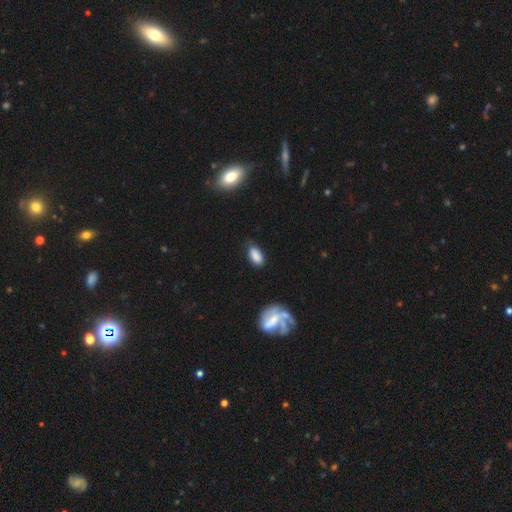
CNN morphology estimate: Smooth or featured?
  - smooth: 83% *
  - featured or disk: 9%
  - star or artifact: 8%
How rounded?
  - in between: 91% *
  - cigar-shaped: 5%
  - round: 4%
Merging?
  - none: 68% *
  - minor disturbance: 24%
  - major disturbance: 5%
  - merger: 2%